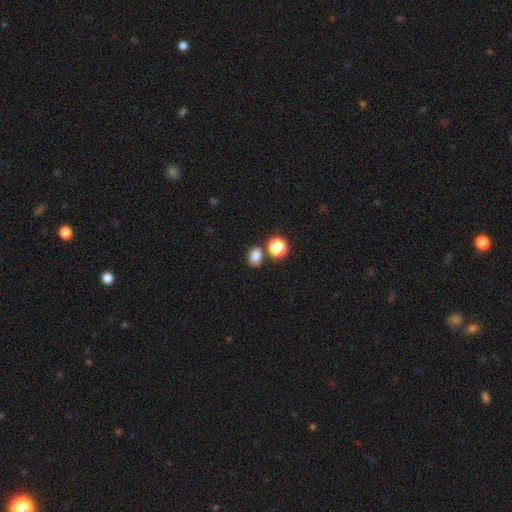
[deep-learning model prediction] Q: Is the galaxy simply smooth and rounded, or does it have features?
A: smooth — 82%.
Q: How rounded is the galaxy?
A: in between — 50%.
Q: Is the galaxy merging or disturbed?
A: none — 69%.